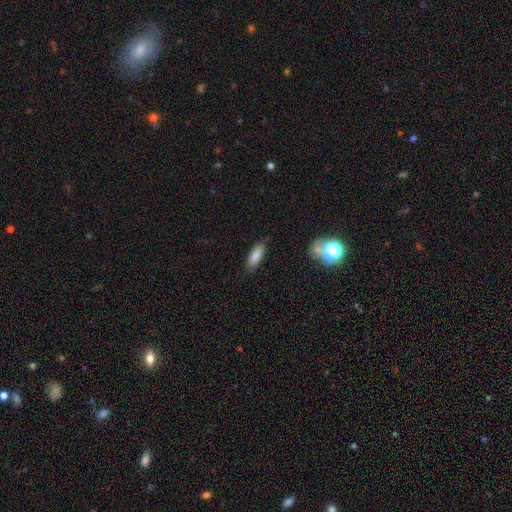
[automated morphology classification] Smooth or featured: smooth — 81% (featured or disk — 11%)
How rounded: in between — 55% (cigar-shaped — 43%)
Merging: none — 83% (minor disturbance — 13%)